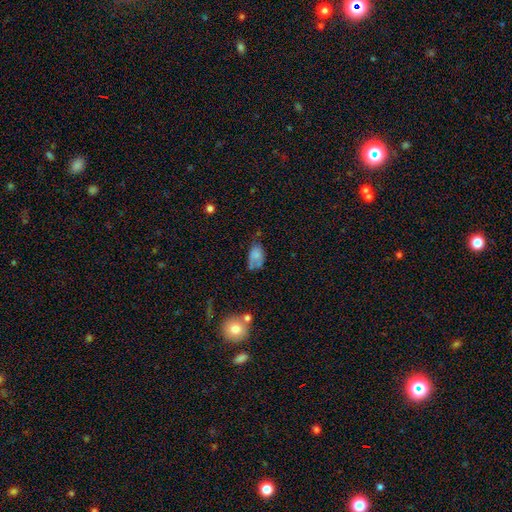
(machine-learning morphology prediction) Smooth or featured? smooth (69%)
How rounded? in between (89%)
Merging? minor disturbance (36%)